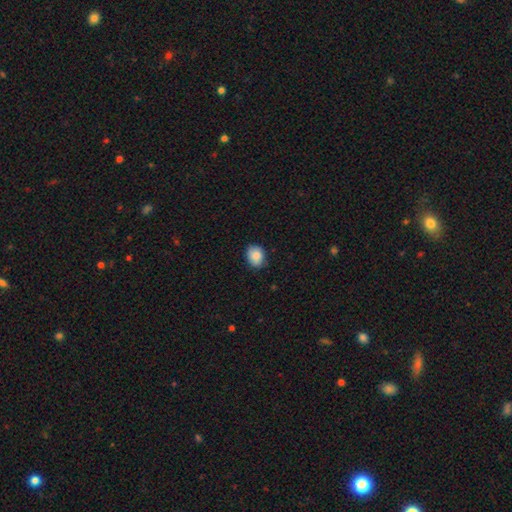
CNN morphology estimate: The model was most divided on "how rounded": in between: 60%, round: 39%, cigar-shaped: 1%. More confident: smooth or featured — smooth (87%); merging — none (82%).